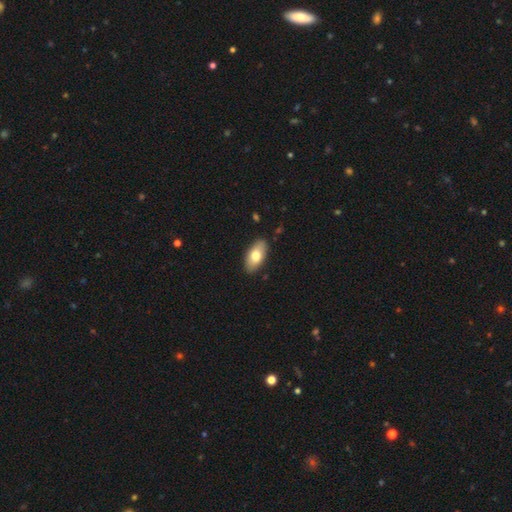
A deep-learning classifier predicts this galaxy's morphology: A smooth galaxy with no disk features (73%) that is in between round and cigar-shaped (92%). Merging: none (88%).